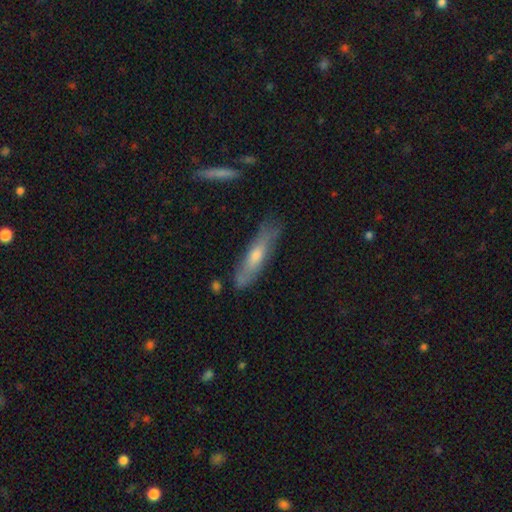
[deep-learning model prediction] Smooth or featured: smooth — 52% (featured or disk — 42%)
How rounded: cigar-shaped — 76% (in between — 22%)
Merging: none — 73% (minor disturbance — 20%)